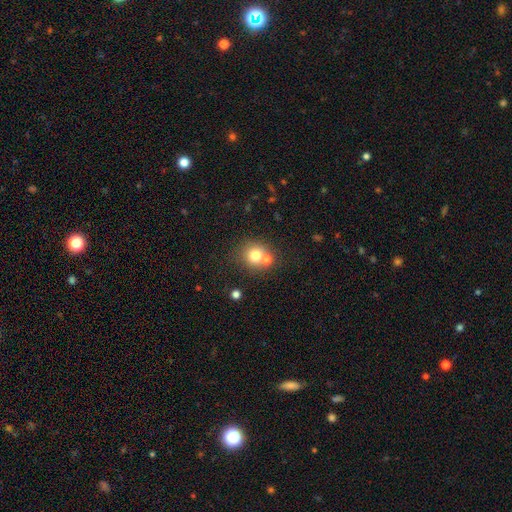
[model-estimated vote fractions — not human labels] smooth_or_featured: smooth (p=0.73) [alt: featured or disk p=0.14]
how_rounded: round (p=0.86) [alt: in between p=0.13]
merging: none (p=0.52) [alt: merger p=0.36]